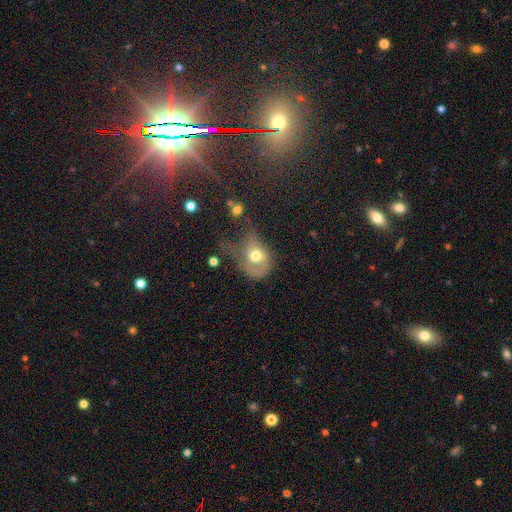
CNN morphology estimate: A smooth galaxy with no disk features (57%) that is in between round and cigar-shaped (53%). Merging: major disturbance (54%).